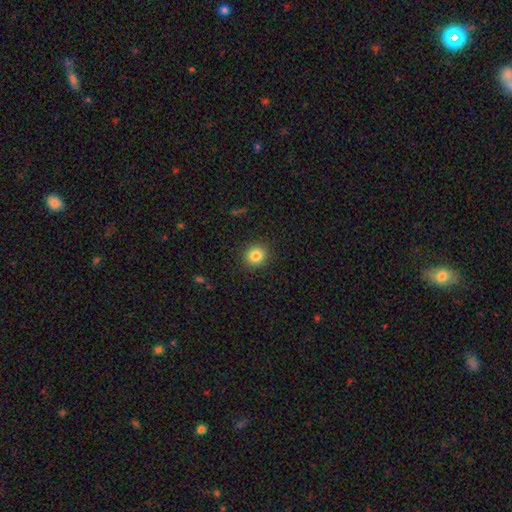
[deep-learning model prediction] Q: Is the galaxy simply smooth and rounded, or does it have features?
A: smooth — 84%.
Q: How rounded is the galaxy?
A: round — 90%.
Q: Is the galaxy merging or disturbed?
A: none — 91%.